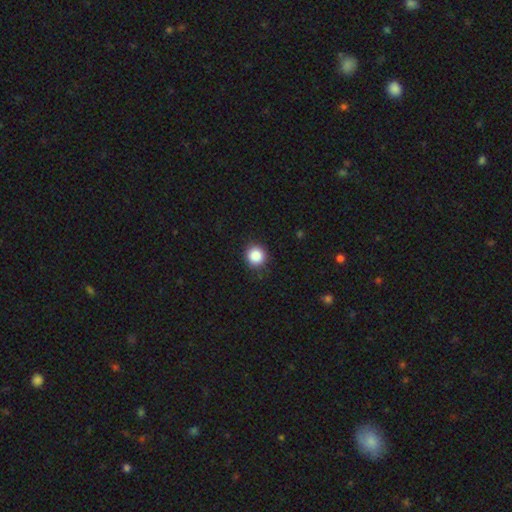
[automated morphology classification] type=smooth (86%); roundness=round (92%); merging=none (91%).